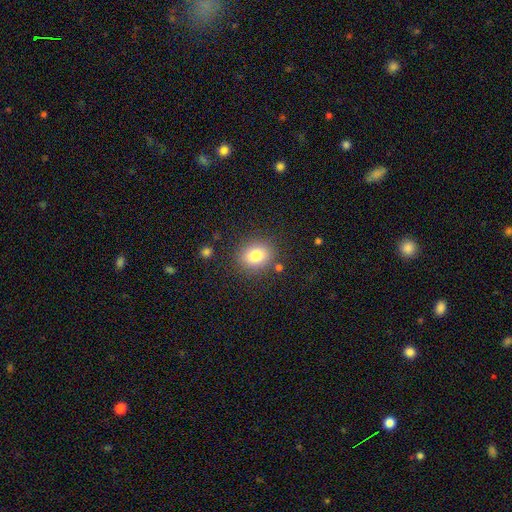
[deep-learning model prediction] The model was most divided on "how rounded": round: 58%, in between: 41%, cigar-shaped: 1%. More confident: merging — none (83%); smooth or featured — smooth (81%).